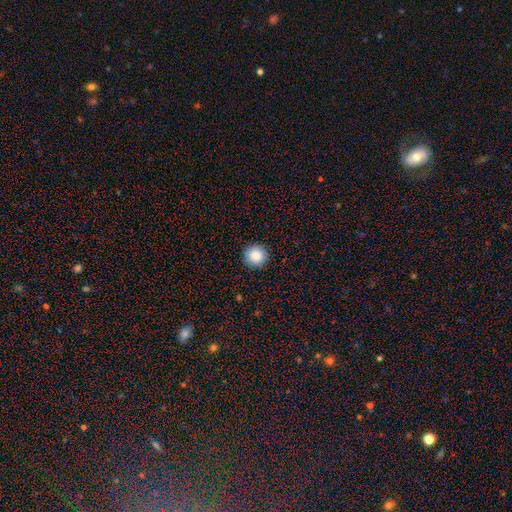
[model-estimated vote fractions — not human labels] A smooth galaxy with no disk features (85%) that is round (95%). Merging: none (92%).